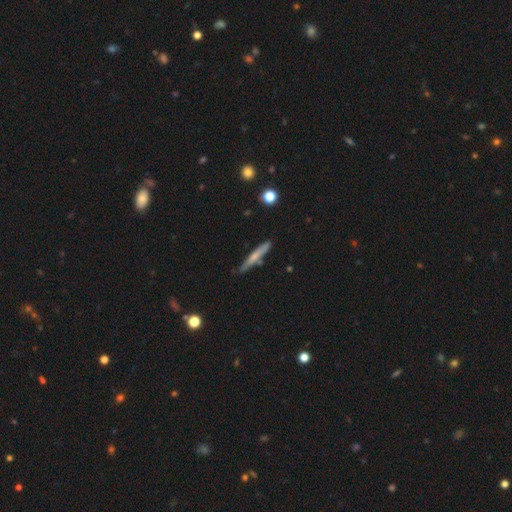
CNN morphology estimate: A smooth galaxy with no disk features (55%) that is cigar-shaped (94%). Merging: none (76%).